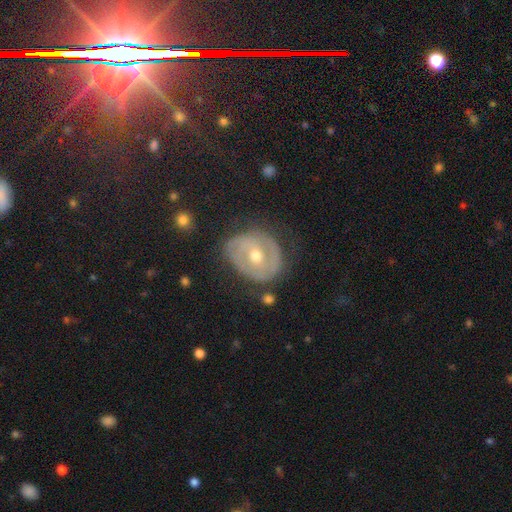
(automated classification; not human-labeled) Morphology: type=featured or disk (70%); edge-on=no (95%); bar=no (51%); spiral arms=yes (60%); bulge=moderate (70%); merging=none (67%).